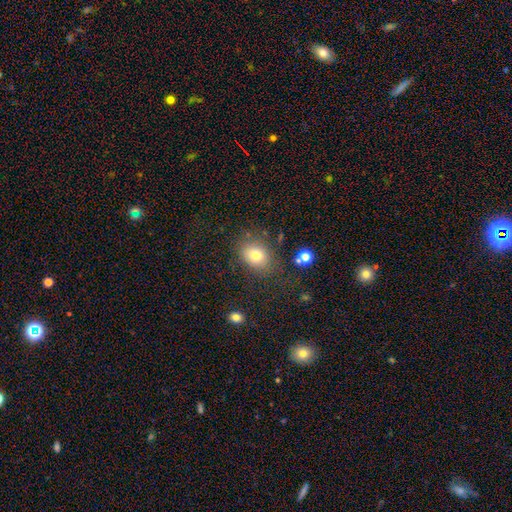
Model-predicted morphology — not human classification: Smooth or featured?
  - smooth: 77% *
  - star or artifact: 12%
  - featured or disk: 11%
How rounded?
  - in between: 53% *
  - round: 46%
  - cigar-shaped: 1%
Merging?
  - none: 76% *
  - minor disturbance: 14%
  - major disturbance: 6%
  - merger: 3%